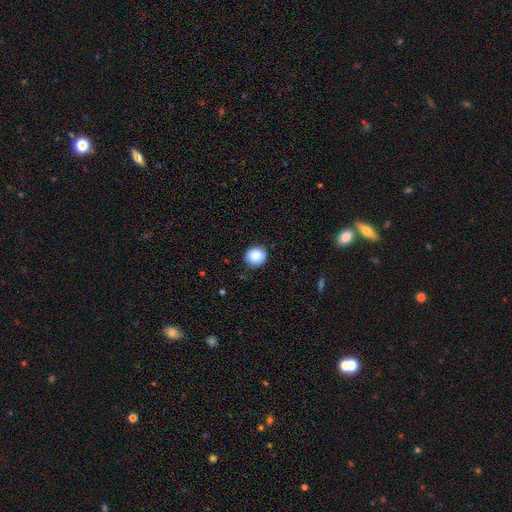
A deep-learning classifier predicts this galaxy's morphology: Smooth or featured? smooth (88%)
How rounded? round (87%)
Merging? none (87%)